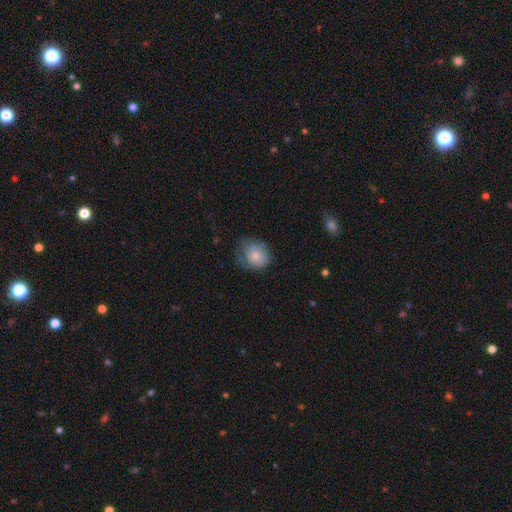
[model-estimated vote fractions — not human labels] Smooth or featured: smooth — 68% (featured or disk — 24%)
How rounded: round — 65% (in between — 34%)
Merging: none — 52% (minor disturbance — 31%)